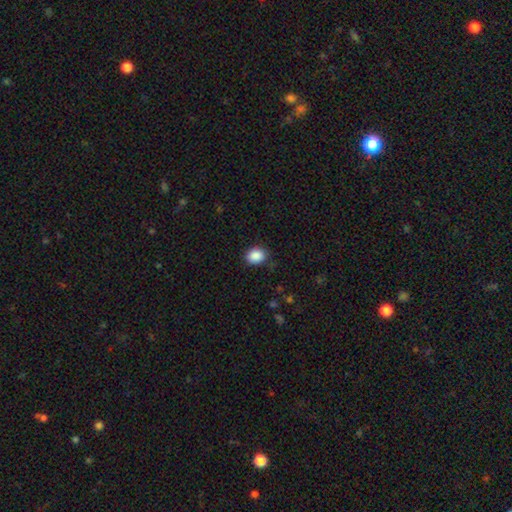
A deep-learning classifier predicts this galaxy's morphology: A smooth galaxy with no disk features (88%) that is in between round and cigar-shaped (54%). Merging: none (82%).